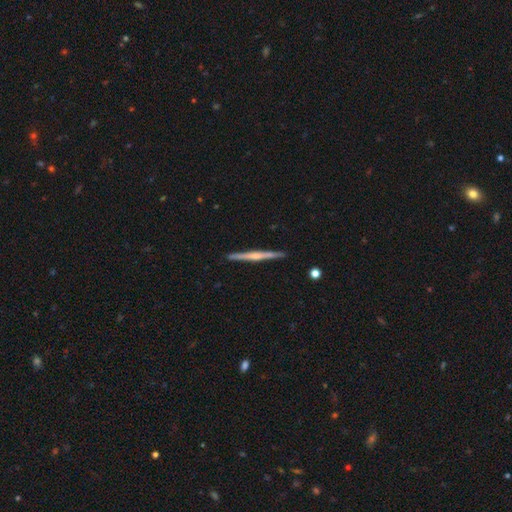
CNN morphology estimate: This is likely a featured or disk galaxy (70%). It is clearly viewed edge-on (98%). Edge-on bulge: likely rounded (63%). Merging: clearly none (92%).